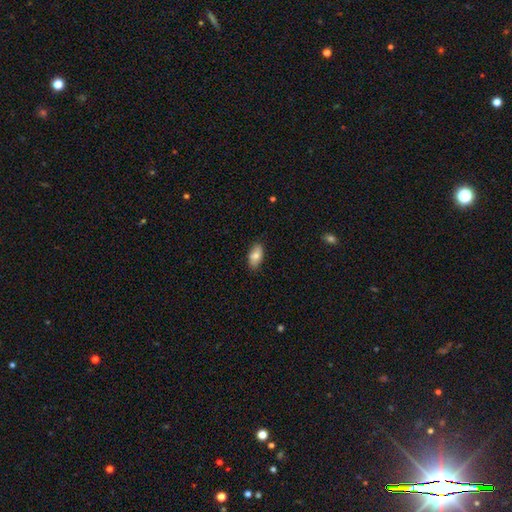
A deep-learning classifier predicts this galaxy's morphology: Overall: smooth (77%). How rounded: in between (92%). Merging: none (84%).